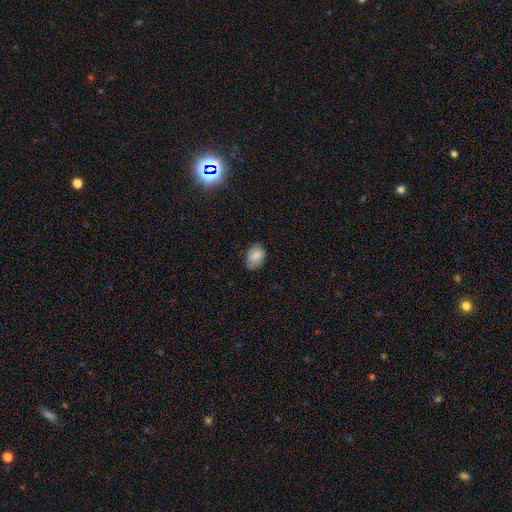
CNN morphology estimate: smooth_or_featured: smooth (p=0.83) [alt: featured or disk p=0.10]
how_rounded: in between (p=0.80) [alt: round p=0.19]
merging: none (p=0.72) [alt: minor disturbance p=0.22]